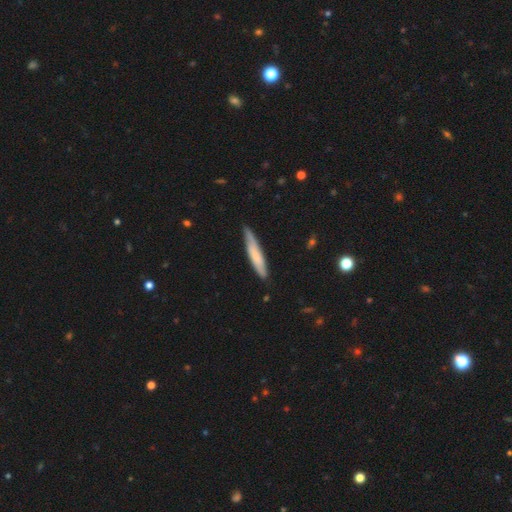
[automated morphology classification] Q: Smooth or featured?
A: smooth (68%); runner-up: featured or disk (27%)
Q: How rounded?
A: cigar-shaped (91%); runner-up: in between (8%)
Q: Merging?
A: none (78%); runner-up: minor disturbance (17%)